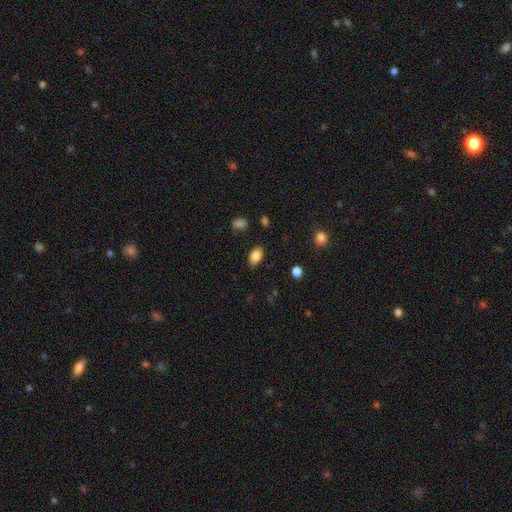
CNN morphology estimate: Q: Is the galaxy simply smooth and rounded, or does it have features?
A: smooth — 85%.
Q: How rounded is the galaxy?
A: in between — 90%.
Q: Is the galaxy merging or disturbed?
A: none — 85%.